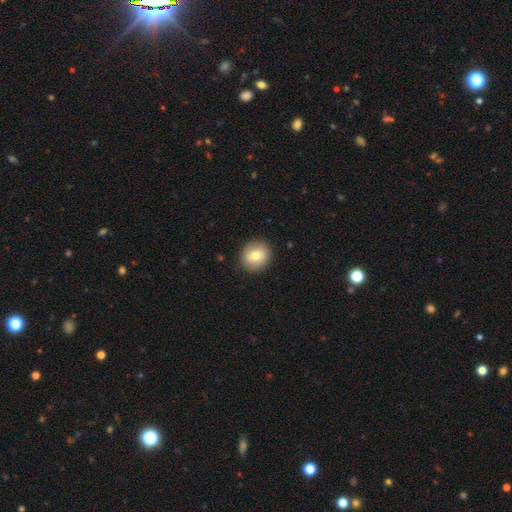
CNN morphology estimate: smooth 72%, featured or disk 20%, star or artifact 8%. Down the decision tree: how rounded — round (81%); merging — none (89%).